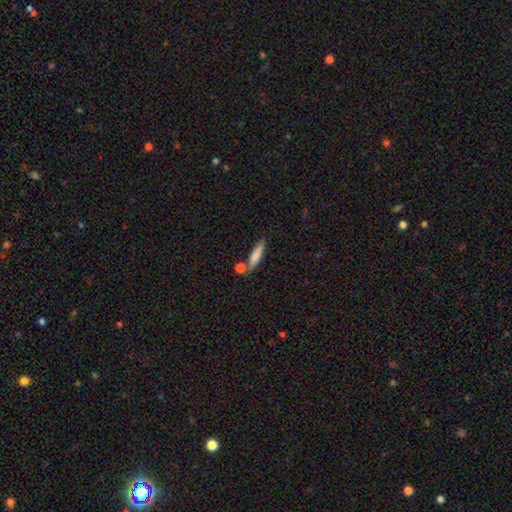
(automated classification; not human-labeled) Q: Smooth or featured?
A: smooth (79%); runner-up: featured or disk (14%)
Q: How rounded?
A: cigar-shaped (78%); runner-up: in between (18%)
Q: Merging?
A: none (69%); runner-up: merger (14%)